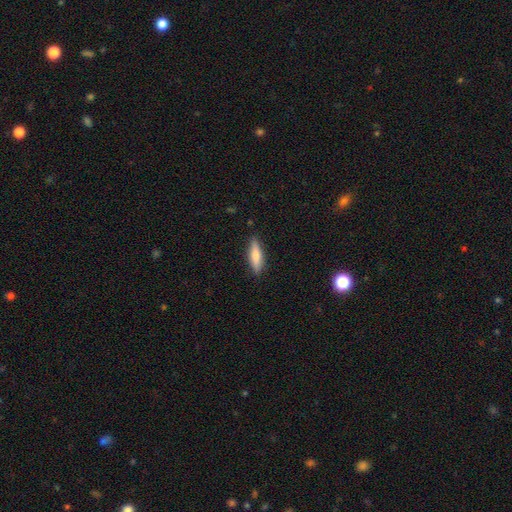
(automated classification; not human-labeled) smooth 71%, featured or disk 24%, star or artifact 6%. Down the decision tree: how rounded — cigar-shaped (67%); merging — none (87%).